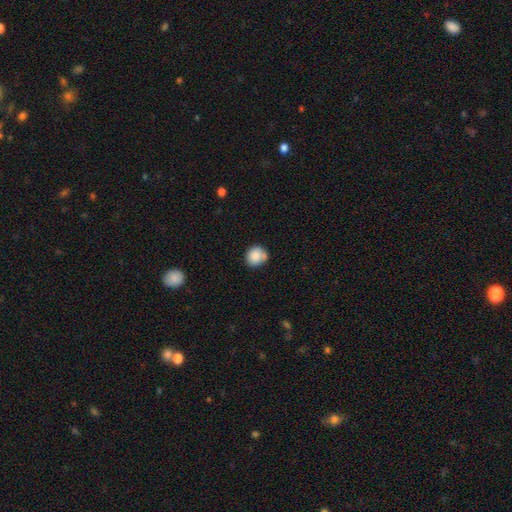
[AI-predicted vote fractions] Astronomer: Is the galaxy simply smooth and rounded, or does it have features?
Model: smooth — 86%.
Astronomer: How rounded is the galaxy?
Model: round — 87%.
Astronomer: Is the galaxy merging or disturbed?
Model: none — 69%.